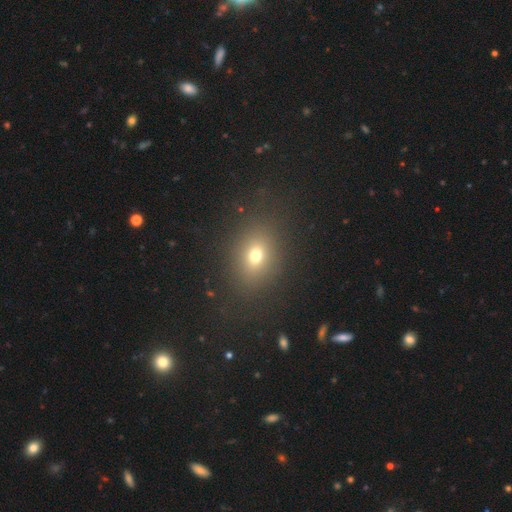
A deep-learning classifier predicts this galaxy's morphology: smooth_or_featured: smooth (p=0.70) [alt: star or artifact p=0.18]
how_rounded: in between (p=0.53) [alt: round p=0.45]
merging: none (p=0.83) [alt: minor disturbance p=0.09]